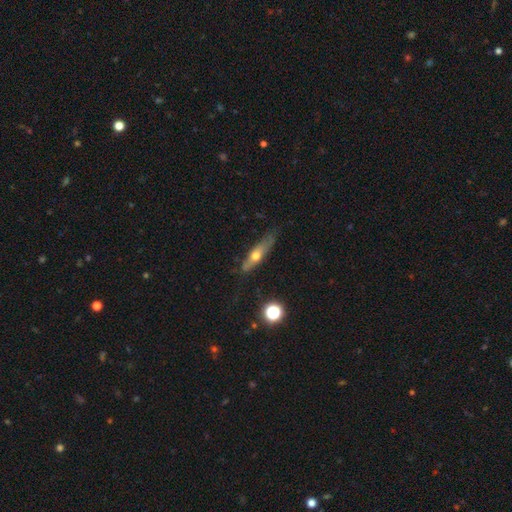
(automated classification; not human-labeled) Q: Smooth or featured?
A: smooth (47%); runner-up: featured or disk (45%)
Q: Merging?
A: none (65%); runner-up: minor disturbance (26%)